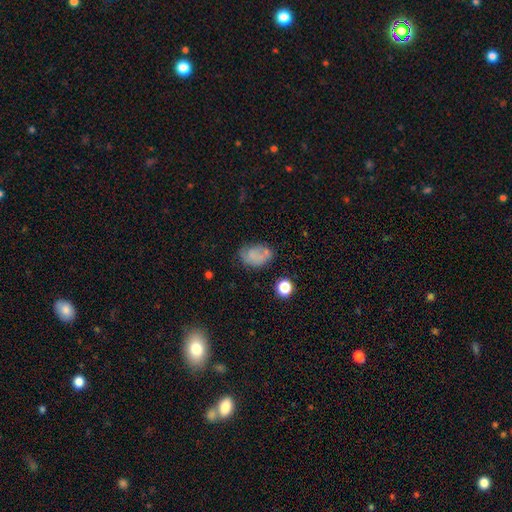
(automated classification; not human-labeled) Smooth or featured?
  - smooth: 63% *
  - featured or disk: 24%
  - star or artifact: 13%
How rounded?
  - in between: 77% *
  - round: 22%
  - cigar-shaped: 1%
Merging?
  - none: 54% *
  - minor disturbance: 25%
  - major disturbance: 12%
  - merger: 9%